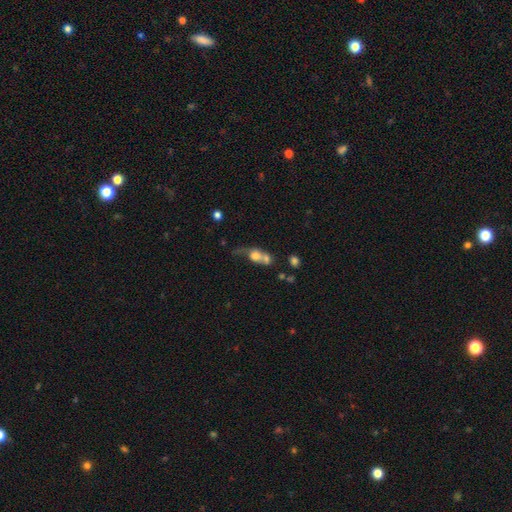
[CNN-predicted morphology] type=smooth (61%); roundness=round (52%); merging=merger (59%).